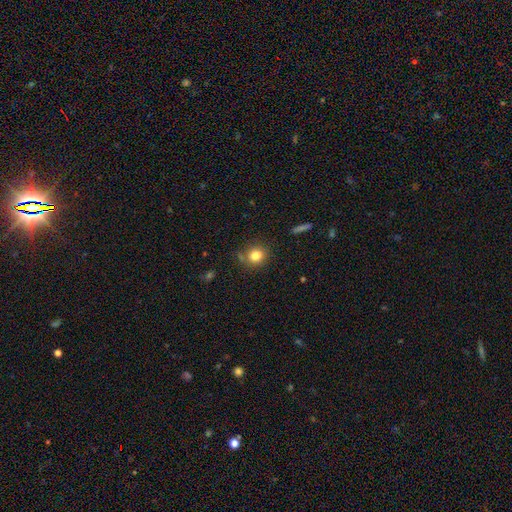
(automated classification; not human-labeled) Smooth or featured? smooth (82%)
How rounded? round (72%)
Merging? none (75%)